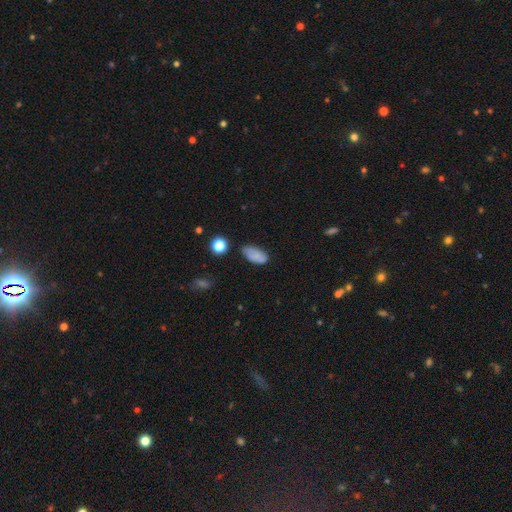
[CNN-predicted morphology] Smooth or featured?
  - smooth: 80% *
  - featured or disk: 10%
  - star or artifact: 10%
How rounded?
  - in between: 91% *
  - cigar-shaped: 4%
  - round: 4%
Merging?
  - none: 69% *
  - minor disturbance: 22%
  - major disturbance: 6%
  - merger: 3%